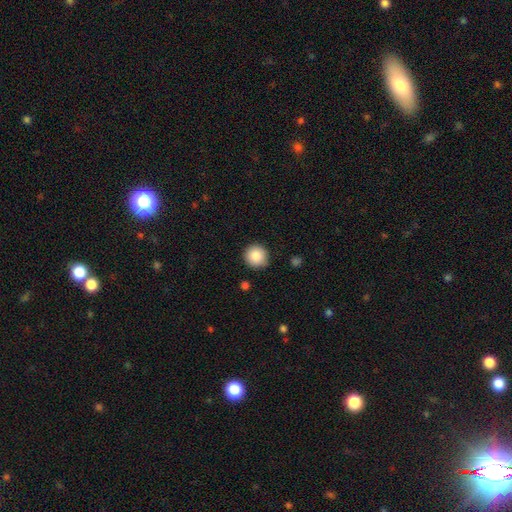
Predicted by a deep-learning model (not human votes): Overall: smooth (85%). How rounded: round (94%). Merging: none (88%).